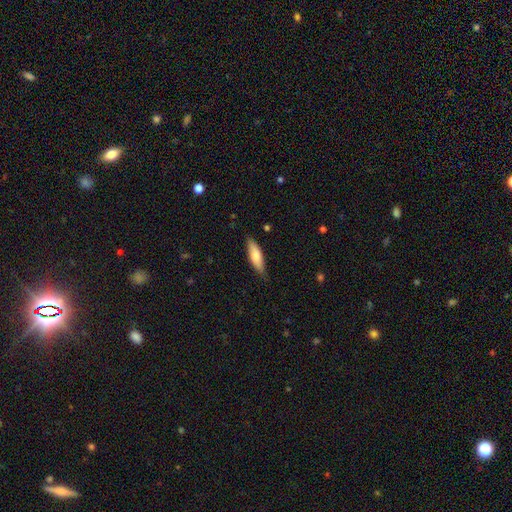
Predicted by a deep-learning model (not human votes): Smooth or featured? smooth (73%)
How rounded? cigar-shaped (52%)
Merging? none (81%)